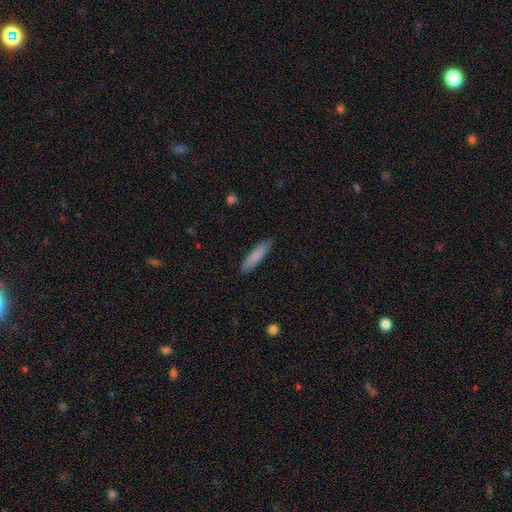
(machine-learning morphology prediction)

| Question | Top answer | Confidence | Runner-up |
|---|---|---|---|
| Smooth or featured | smooth | 83% | featured or disk (11%) |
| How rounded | cigar-shaped | 80% | in between (19%) |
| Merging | none | 88% | minor disturbance (9%) |